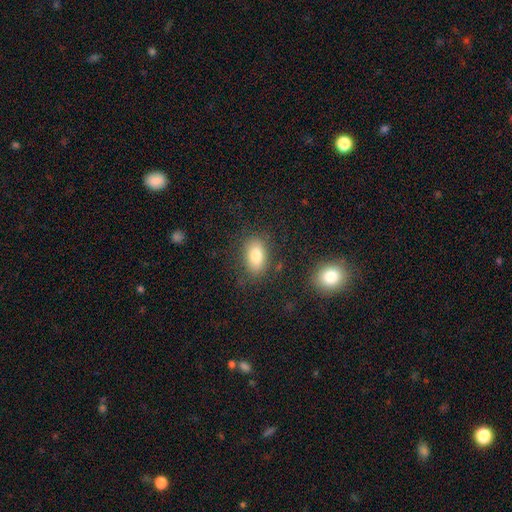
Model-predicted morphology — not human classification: smooth 80%, featured or disk 11%, star or artifact 9%. Down the decision tree: how rounded — in between (87%); merging — none (80%).